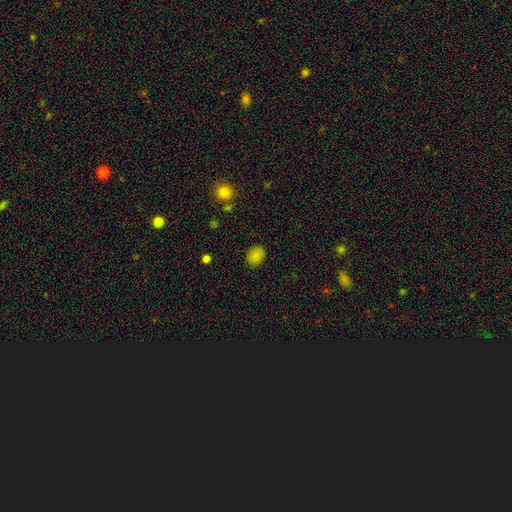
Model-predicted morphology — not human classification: type=smooth (83%); roundness=in between (50%); merging=none (86%).